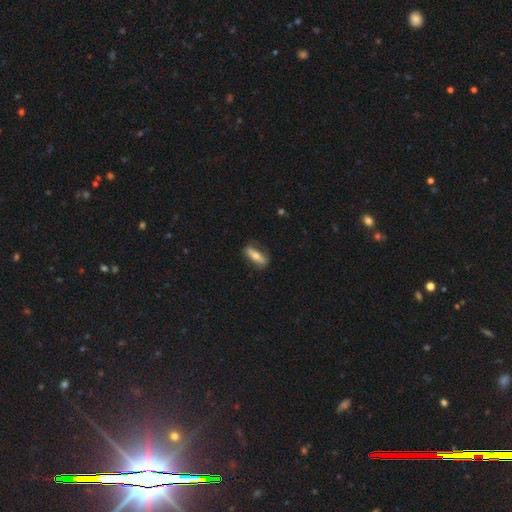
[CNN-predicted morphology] This is possibly a smooth galaxy (51%). How rounded: possibly in between (57%). Merging: likely none (74%).